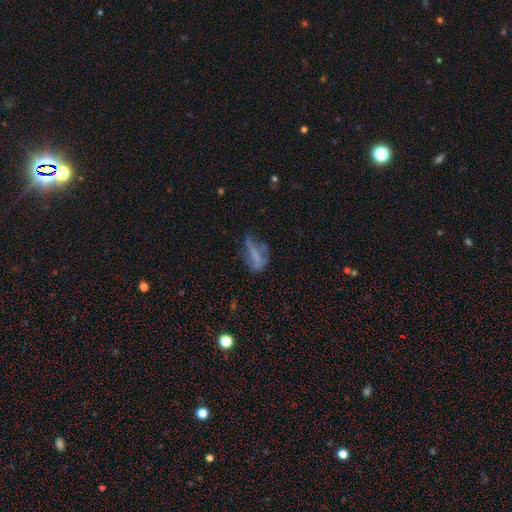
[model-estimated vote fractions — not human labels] Smooth or featured?
  - smooth: 50% *
  - featured or disk: 36%
  - star or artifact: 14%
Merging?
  - none: 35% *
  - major disturbance: 30%
  - minor disturbance: 27%
  - merger: 8%